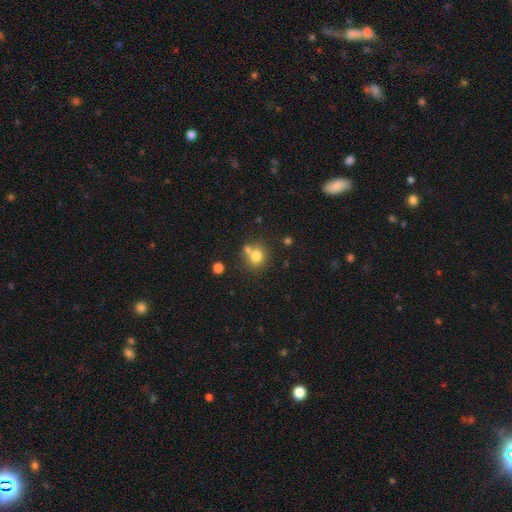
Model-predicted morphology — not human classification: This is likely a smooth galaxy (78%). How rounded: clearly round (80%). Merging: possibly none (57%).